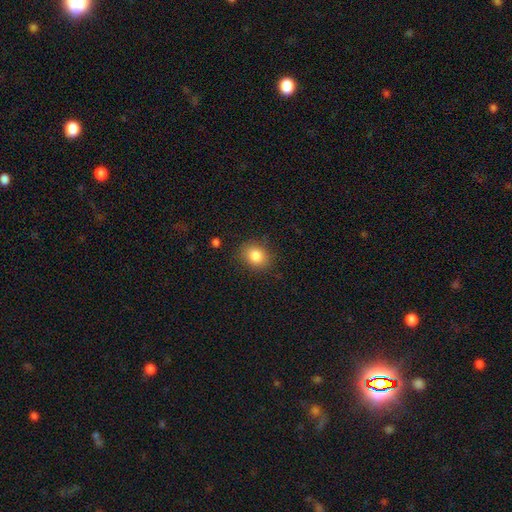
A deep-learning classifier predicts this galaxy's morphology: Smooth or featured?
  - smooth: 84% *
  - star or artifact: 10%
  - featured or disk: 6%
How rounded?
  - round: 57% *
  - in between: 42%
  - cigar-shaped: 1%
Merging?
  - none: 83% *
  - minor disturbance: 12%
  - major disturbance: 4%
  - merger: 1%